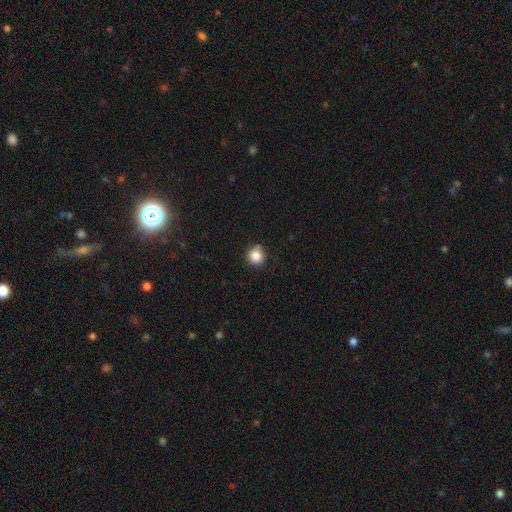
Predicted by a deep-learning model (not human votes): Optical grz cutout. It shows a smooth galaxy with no disk features (85%) that is round (92%). Merging: none (83%).